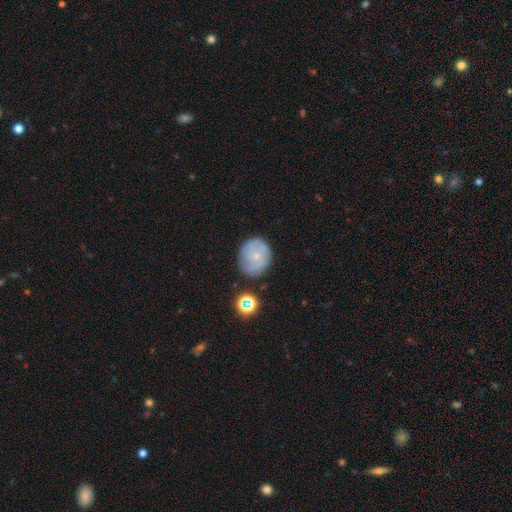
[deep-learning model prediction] Smooth or featured? featured or disk (48%)
Merging? none (73%)